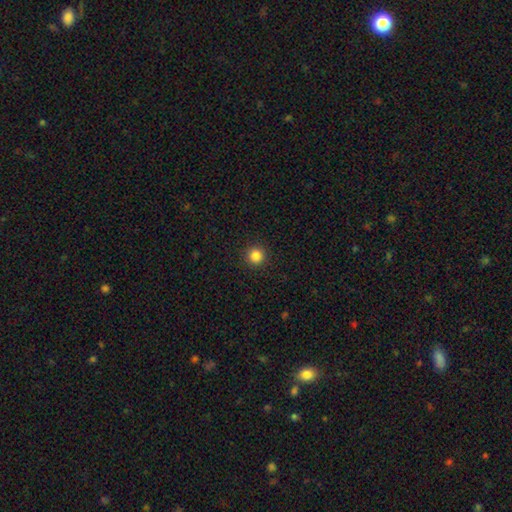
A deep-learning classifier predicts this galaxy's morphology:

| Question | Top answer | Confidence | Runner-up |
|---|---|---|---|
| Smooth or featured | smooth | 86% | star or artifact (11%) |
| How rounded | round | 96% | in between (3%) |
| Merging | none | 93% | minor disturbance (5%) |